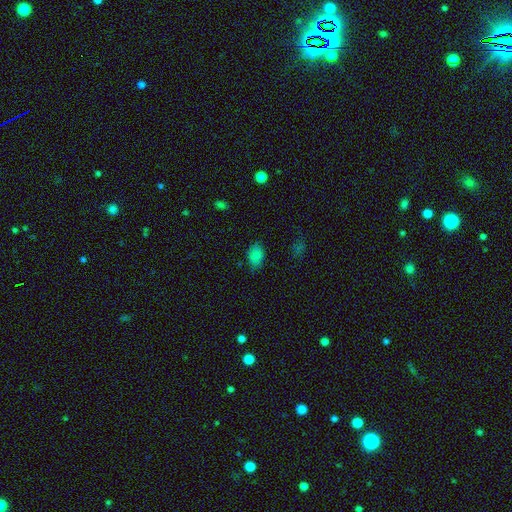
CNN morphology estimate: A smooth galaxy with no disk features (81%) that is in between round and cigar-shaped (84%).

Vote fractions:
- Smooth or featured? smooth: 81% / star or artifact: 11% / featured or disk: 8%
- How rounded? in between: 84% / round: 14% / cigar-shaped: 1%
- Merging? none: 72% / minor disturbance: 22% / major disturbance: 4% / merger: 2%